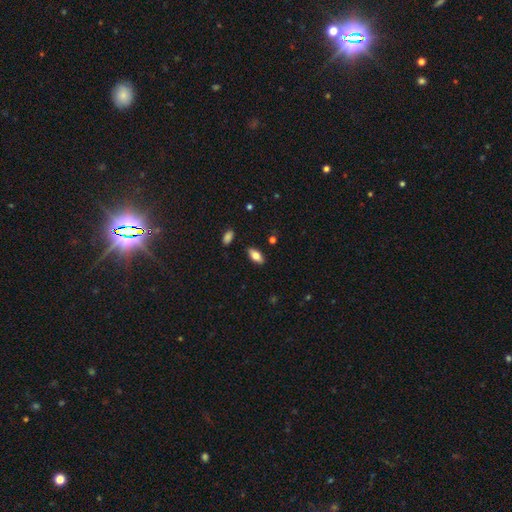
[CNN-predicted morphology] This is likely a smooth galaxy (74%). How rounded: clearly in between (87%). Merging: clearly none (87%).